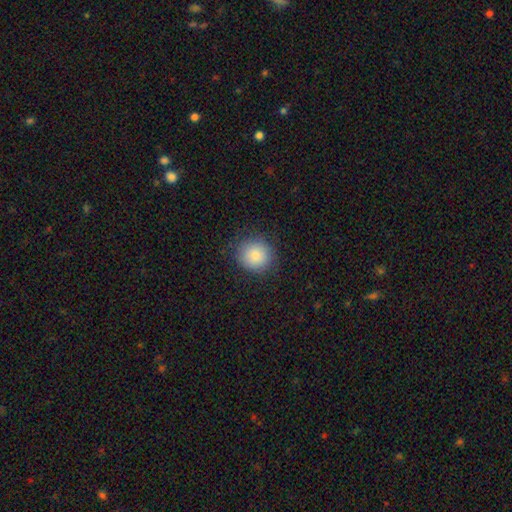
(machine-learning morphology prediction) A smooth galaxy with no disk features (85%) that is round (87%). Merging: none (87%).